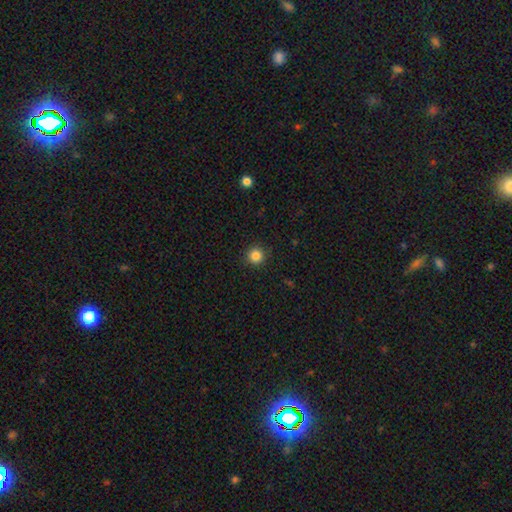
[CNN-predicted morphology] type=smooth (85%); roundness=round (95%); merging=none (91%).